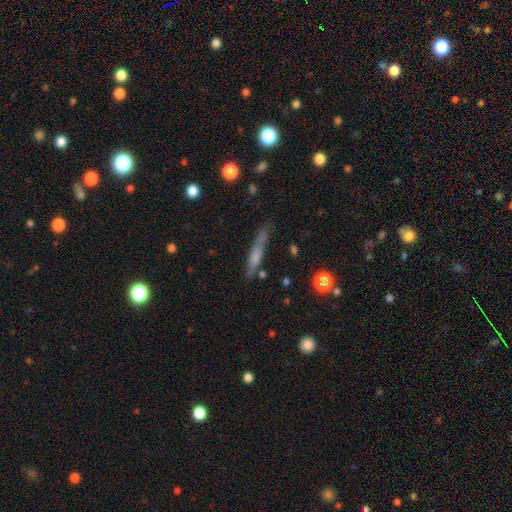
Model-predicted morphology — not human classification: smooth 58%, featured or disk 33%, star or artifact 9%. Down the decision tree: how rounded — cigar-shaped (89%); merging — none (68%).